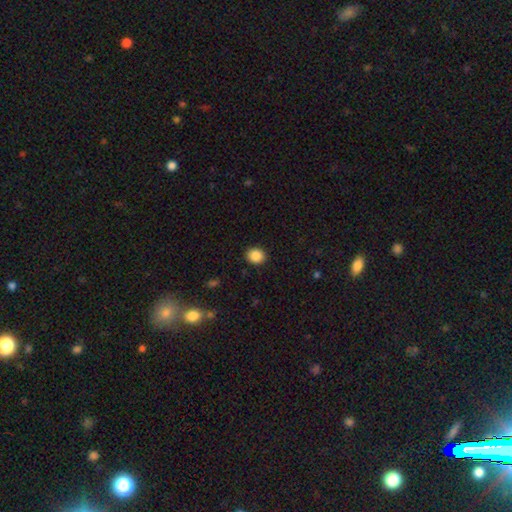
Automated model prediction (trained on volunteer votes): Overall: smooth (87%). How rounded: round (75%). Merging: none (91%).